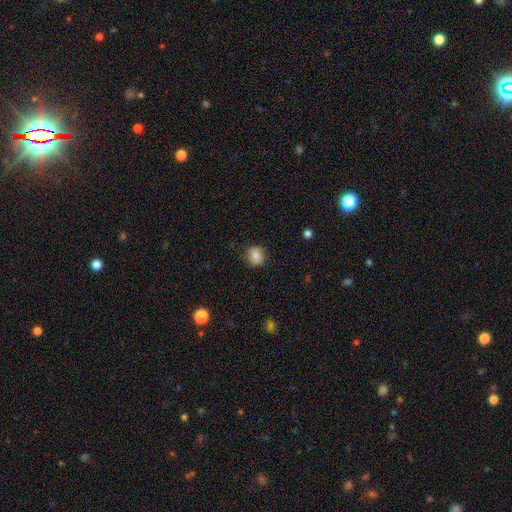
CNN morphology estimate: Overall: smooth (81%). How rounded: round (89%). Merging: none (85%).